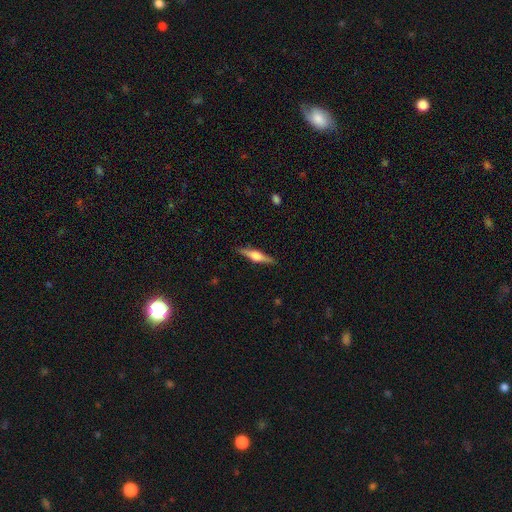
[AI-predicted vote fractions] Smooth or featured?
  - featured or disk: 64% *
  - smooth: 30%
  - star or artifact: 6%
Edge-on disk?
  - yes: 97% *
  - no: 3%
Edge-on bulge?
  - rounded: 86% *
  - boxy: 11%
  - none: 3%
Merging?
  - none: 89% *
  - minor disturbance: 8%
  - major disturbance: 2%
  - merger: 1%